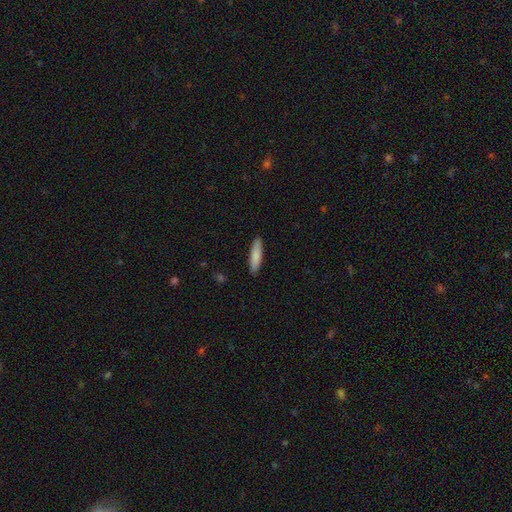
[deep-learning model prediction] A smooth galaxy with no disk features (85%) that is cigar-shaped (76%).

Vote fractions:
- Smooth or featured? smooth: 85% / featured or disk: 10% / star or artifact: 5%
- How rounded? cigar-shaped: 76% / in between: 23% / round: 1%
- Merging? none: 89% / minor disturbance: 8% / major disturbance: 2% / merger: 1%